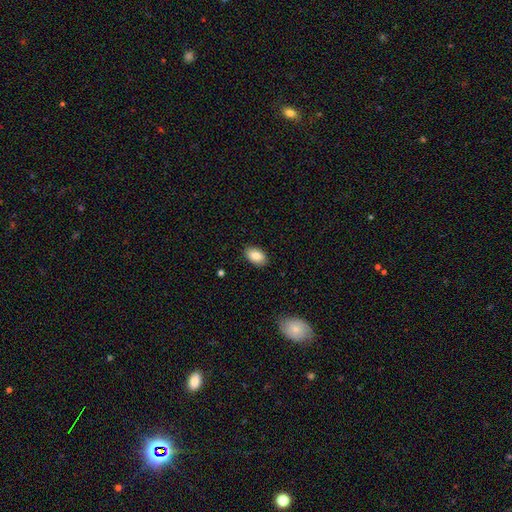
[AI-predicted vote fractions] A smooth galaxy with no disk features (86%) that is in between round and cigar-shaped (92%). Merging: none (88%).